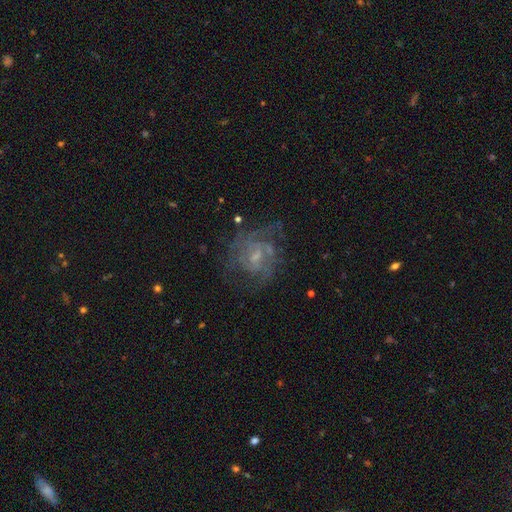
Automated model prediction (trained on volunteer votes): Smooth or featured? Predicted: featured or disk (p=0.73). Edge-on disk? Predicted: no (p=0.97). Bar? Predicted: no (p=0.46, tied with weak). Spiral arms? Predicted: yes (p=0.75). Spiral winding? Predicted: medium (p=0.42). Spiral arm count? Predicted: can't tell (p=0.46). Bulge size? Predicted: small (p=0.54). Merging? Predicted: none (p=0.57).